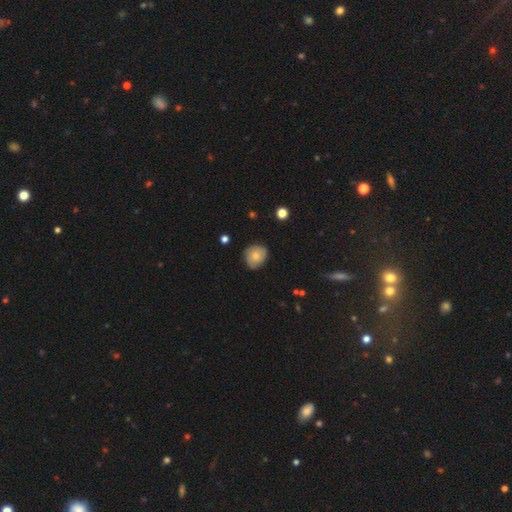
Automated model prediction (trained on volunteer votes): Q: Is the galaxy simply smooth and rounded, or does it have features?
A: smooth — 72%.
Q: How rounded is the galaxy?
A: round — 76%.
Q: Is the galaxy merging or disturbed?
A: none — 74%.